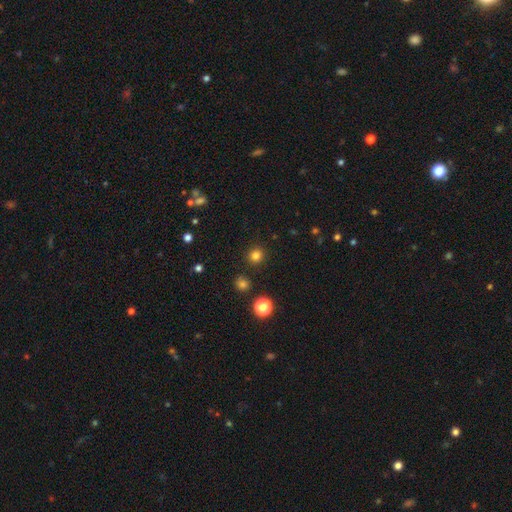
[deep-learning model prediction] The model was most divided on "smooth or featured": smooth: 81%, star or artifact: 15%, featured or disk: 4%. More confident: how rounded — round (93%); merging — none (91%).